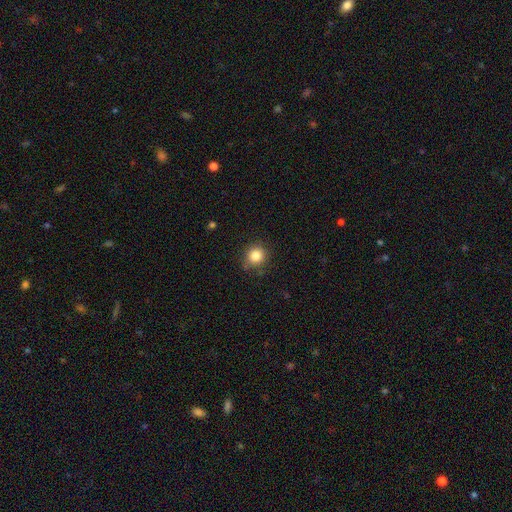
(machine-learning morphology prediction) smooth 84%, star or artifact 11%, featured or disk 5%. Down the decision tree: how rounded — round (90%); merging — none (84%).